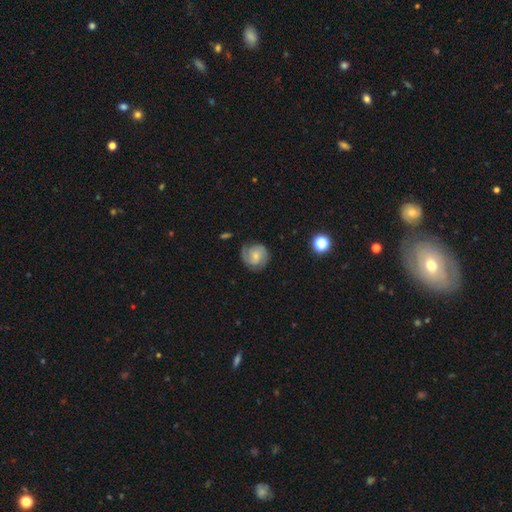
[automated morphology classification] A featured or disk galaxy (68%) with no bar (60%), 2 (67%) tight (51%) spiral arms (93%) and a small central bulge (62%). Merging: none (73%).